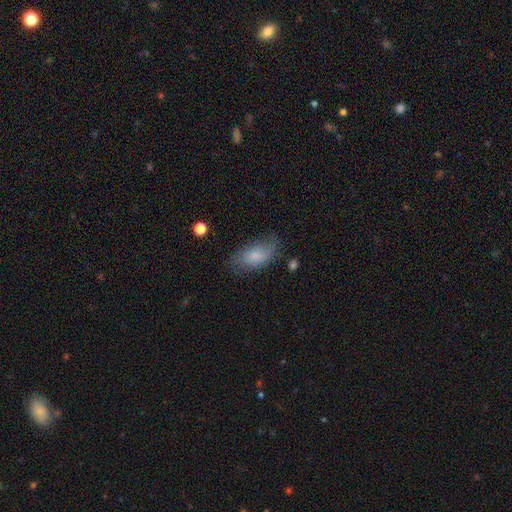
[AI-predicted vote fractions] Smooth or featured? Predicted: smooth (p=0.75). How rounded? Predicted: in between (p=0.92). Merging? Predicted: none (p=0.69).